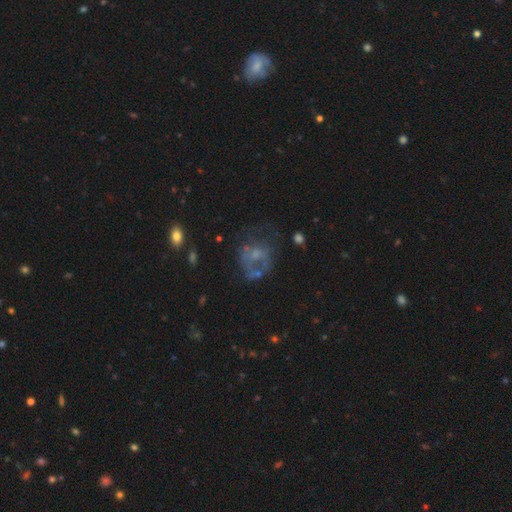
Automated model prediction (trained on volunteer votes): A featured or disk galaxy (53%) with no bar (83%), no spiral arms (73%) and no central bulge (36%).

Vote fractions:
- Smooth or featured? featured or disk: 53% / smooth: 31% / star or artifact: 17%
- Edge-on disk? no: 97% / yes: 3%
- Bar? no: 83% / weak: 14% / strong: 3%
- Spiral arms? no: 73% / yes: 27%
- Bulge size? none: 36% / small: 35% / moderate: 24% / large: 3% / dominant: 1%
- Merging? major disturbance: 37% / none: 36% / minor disturbance: 19% / merger: 8%